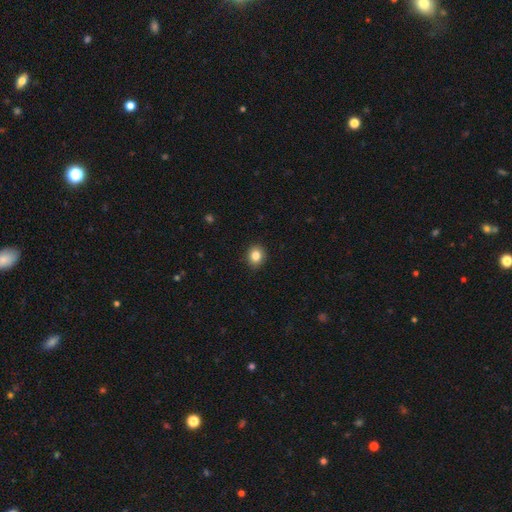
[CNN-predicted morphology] Overall: smooth (84%). How rounded: round (74%). Merging: none (91%).